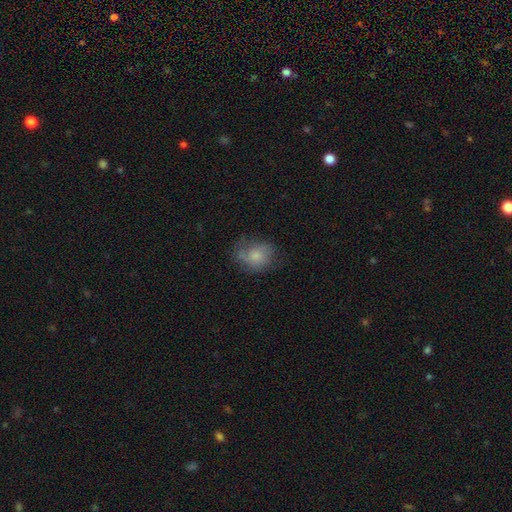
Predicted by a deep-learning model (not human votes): Q: Smooth or featured?
A: smooth (64%); runner-up: featured or disk (26%)
Q: How rounded?
A: in between (55%); runner-up: round (43%)
Q: Merging?
A: none (54%); runner-up: minor disturbance (28%)